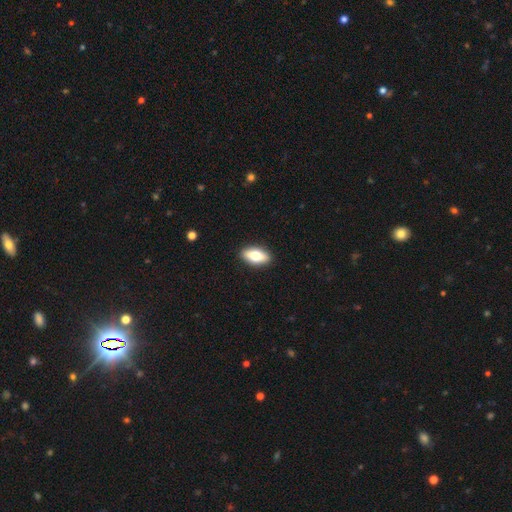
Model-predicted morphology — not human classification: Q: Smooth or featured?
A: smooth (75%); runner-up: featured or disk (19%)
Q: How rounded?
A: in between (87%); runner-up: cigar-shaped (9%)
Q: Merging?
A: none (90%); runner-up: minor disturbance (7%)